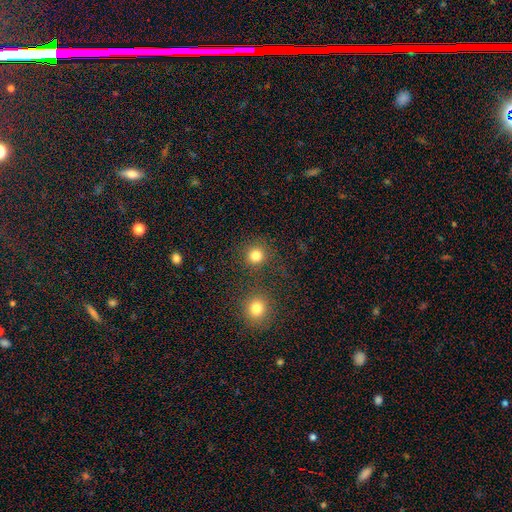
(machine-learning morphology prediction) smooth_or_featured: smooth (p=0.81) [alt: star or artifact p=0.14]
how_rounded: round (p=0.93) [alt: in between p=0.06]
merging: none (p=0.83) [alt: merger p=0.08]